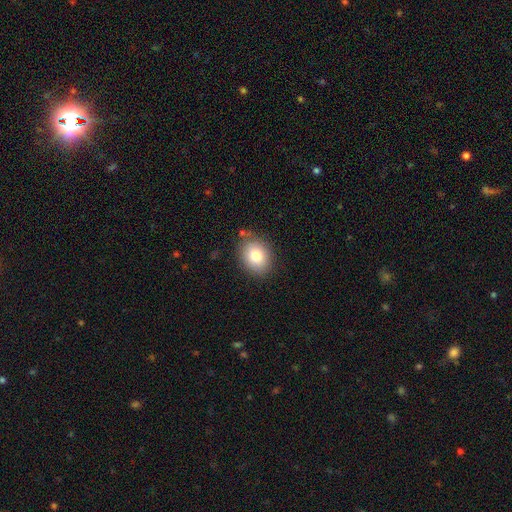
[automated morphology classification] type=smooth (82%); roundness=in between (54%); merging=none (83%).